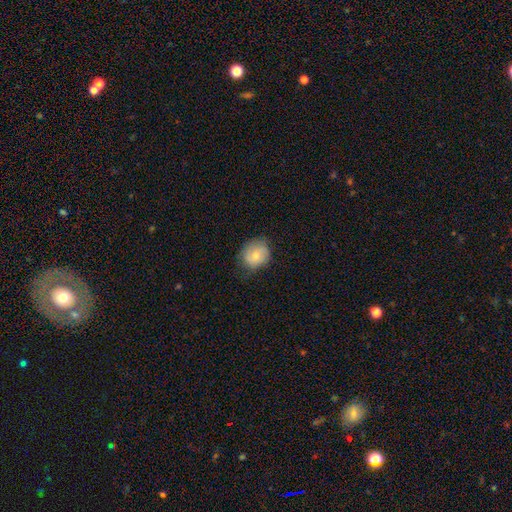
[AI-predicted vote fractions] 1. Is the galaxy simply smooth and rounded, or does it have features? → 75% smooth, 17% featured or disk, 8% star or artifact.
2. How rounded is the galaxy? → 71% round, 28% in between, 1% cigar-shaped.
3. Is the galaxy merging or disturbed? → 66% none, 26% minor disturbance, 7% major disturbance, 1% merger.